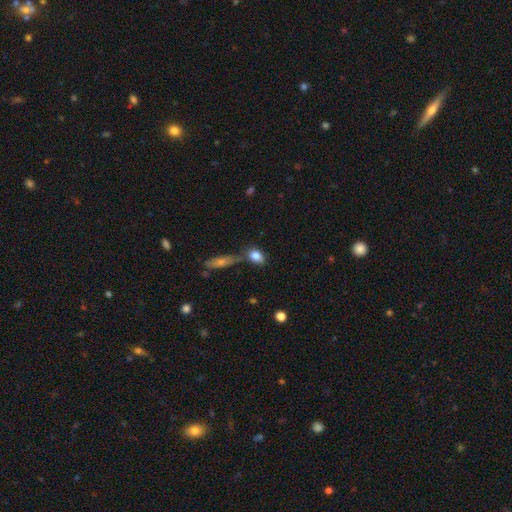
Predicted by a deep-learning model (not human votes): smooth-or-featured: smooth: 80% | featured or disk: 11% | star or artifact: 9%
  how-rounded: in between: 76% | round: 17% | cigar-shaped: 7%
  merging: none: 54% | merger: 23% | minor disturbance: 17% | major disturbance: 6%